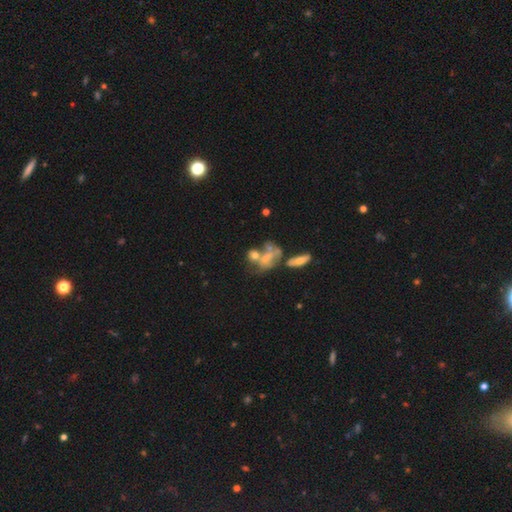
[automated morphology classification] A featured or disk galaxy (43%). Merging: merger (41%).